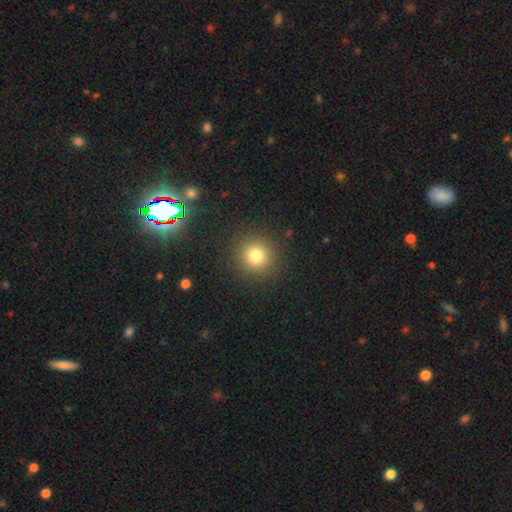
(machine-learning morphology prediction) A smooth galaxy with no disk features (78%) that is round (94%). Merging: none (90%).